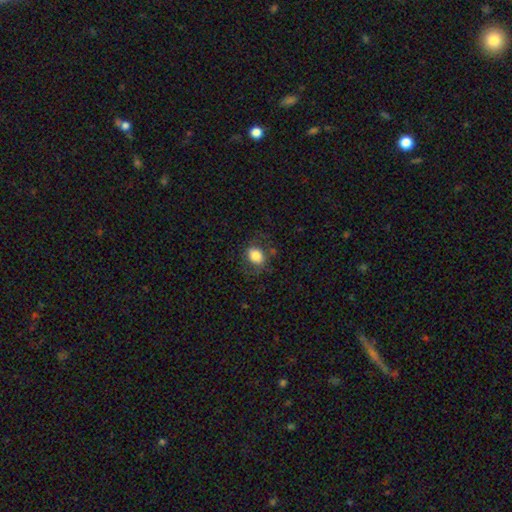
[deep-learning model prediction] Morphology: type=smooth (79%); roundness=in between (53%); merging=none (68%).